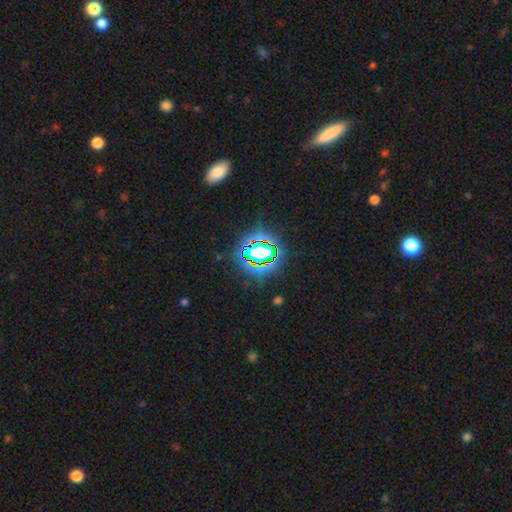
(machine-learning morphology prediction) Smooth or featured? Predicted: star or artifact (p=0.77).